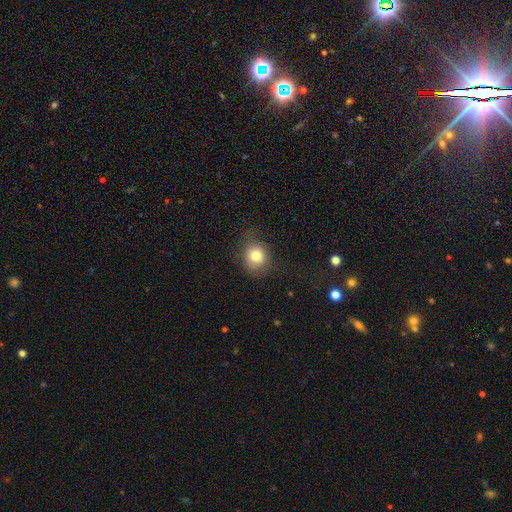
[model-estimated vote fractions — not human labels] Smooth or featured? Predicted: smooth (p=0.79). How rounded? Predicted: round (p=0.74). Merging? Predicted: none (p=0.71).